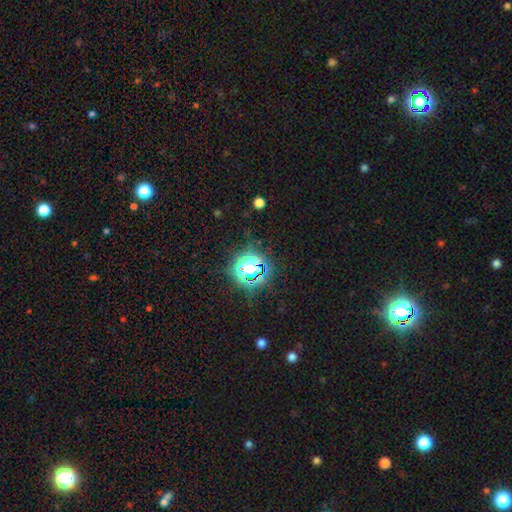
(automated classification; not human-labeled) A star or artifact, not a galaxy (80%).